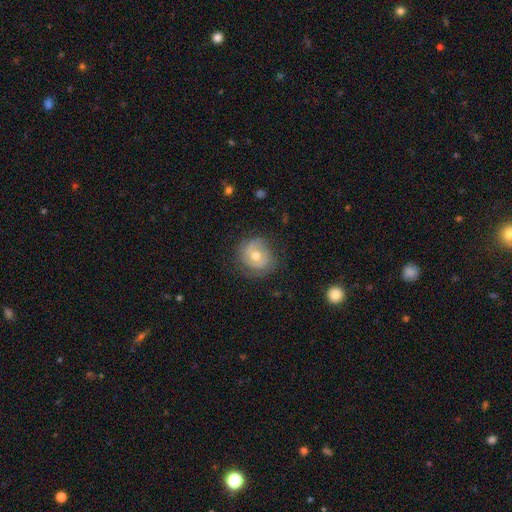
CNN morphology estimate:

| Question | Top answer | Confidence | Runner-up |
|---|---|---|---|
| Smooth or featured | featured or disk | 47% | smooth (45%) |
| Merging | none | 69% | minor disturbance (21%) |